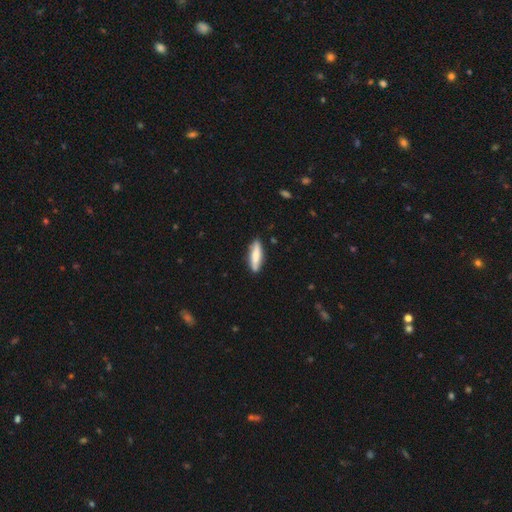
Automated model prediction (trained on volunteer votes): Smooth or featured? smooth (69%)
How rounded? cigar-shaped (68%)
Merging? none (85%)